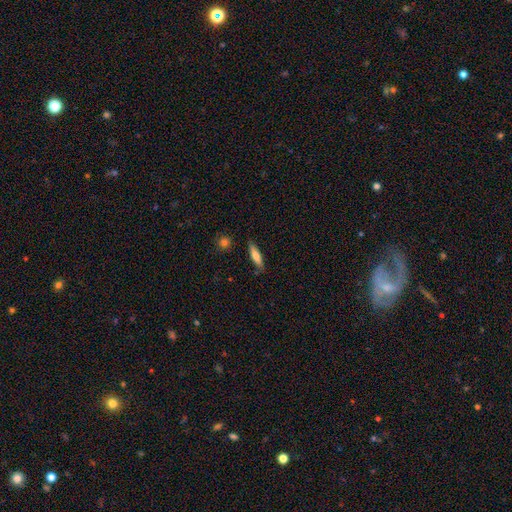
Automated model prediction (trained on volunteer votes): Smooth or featured? Predicted: smooth (p=0.70). How rounded? Predicted: cigar-shaped (p=0.71). Merging? Predicted: none (p=0.85).